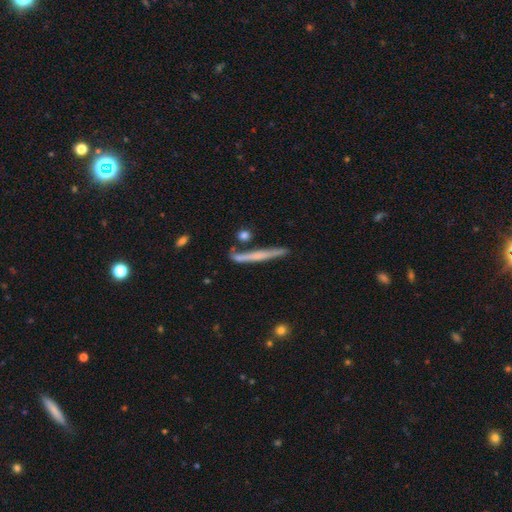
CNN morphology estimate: Smooth or featured: featured or disk — 49% (smooth — 44%)
Merging: none — 80% (minor disturbance — 11%)